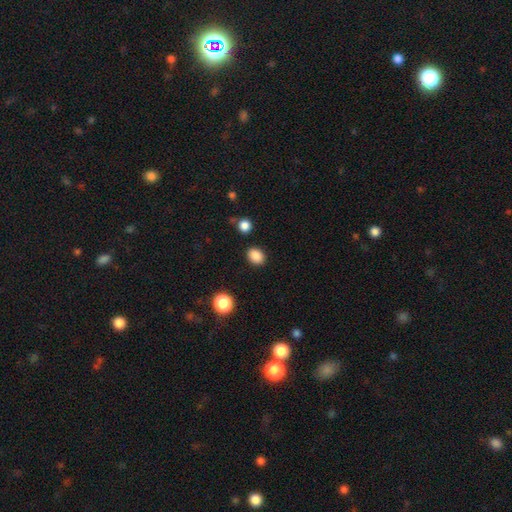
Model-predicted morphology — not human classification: smooth-or-featured: smooth: 87% | star or artifact: 10% | featured or disk: 3%
  how-rounded: in between: 54% | round: 45% | cigar-shaped: 1%
  merging: none: 86% | minor disturbance: 9% | major disturbance: 3% | merger: 2%